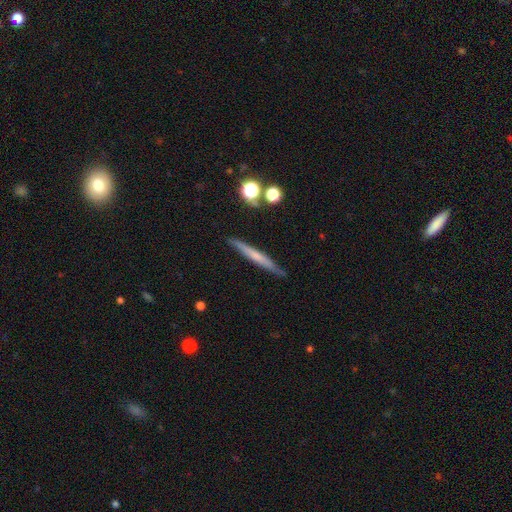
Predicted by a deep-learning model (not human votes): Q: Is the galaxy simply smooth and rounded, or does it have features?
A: smooth — 50%.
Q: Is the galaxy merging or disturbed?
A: none — 87%.